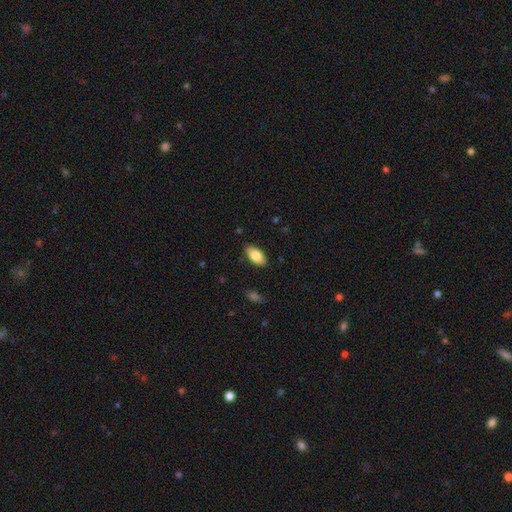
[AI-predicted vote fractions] A smooth galaxy with no disk features (81%) that is in between round and cigar-shaped (91%).

Vote fractions:
- Smooth or featured? smooth: 81% / featured or disk: 12% / star or artifact: 7%
- How rounded? in between: 91% / cigar-shaped: 6% / round: 3%
- Merging? none: 87% / minor disturbance: 10% / major disturbance: 2% / merger: 1%